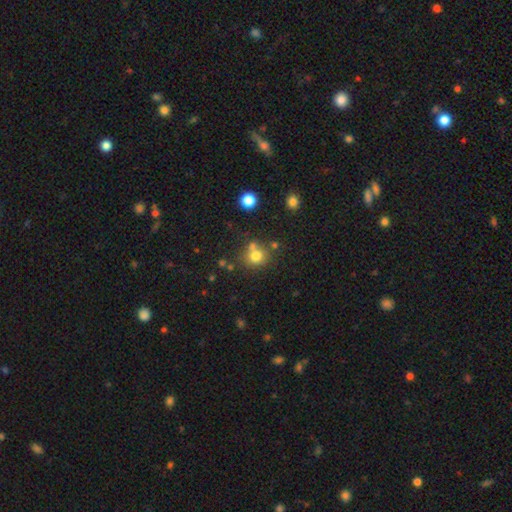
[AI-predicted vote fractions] smooth-or-featured: smooth: 75% | star or artifact: 15% | featured or disk: 10%
  how-rounded: round: 82% | in between: 18% | cigar-shaped: 1%
  merging: none: 61% | merger: 23% | minor disturbance: 11% | major disturbance: 5%